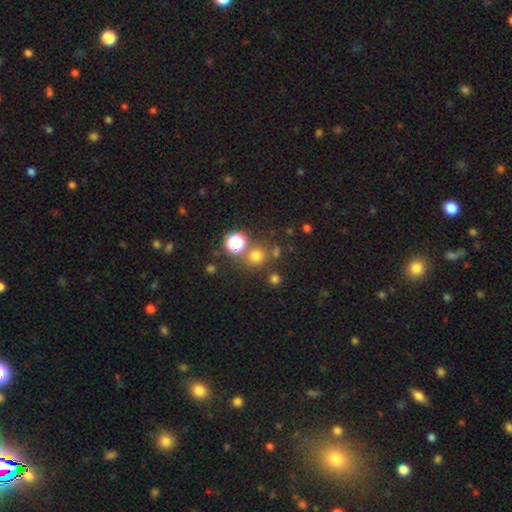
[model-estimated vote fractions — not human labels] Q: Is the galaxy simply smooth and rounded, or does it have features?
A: smooth — 67%.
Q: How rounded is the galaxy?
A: round — 89%.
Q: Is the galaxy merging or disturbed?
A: none — 74%.